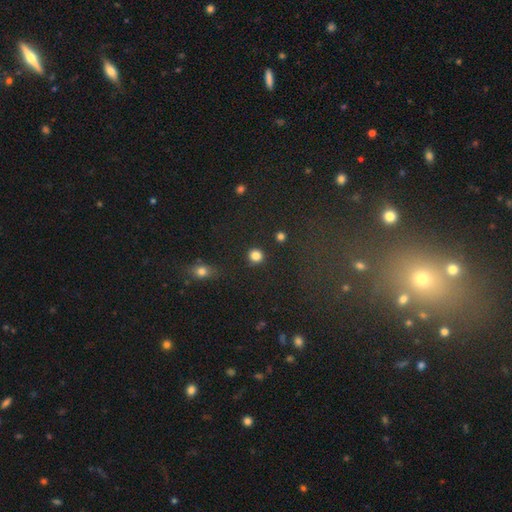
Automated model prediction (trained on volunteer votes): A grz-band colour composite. It shows a smooth galaxy with no disk features (85%) that is round (91%). Merging: none (91%).